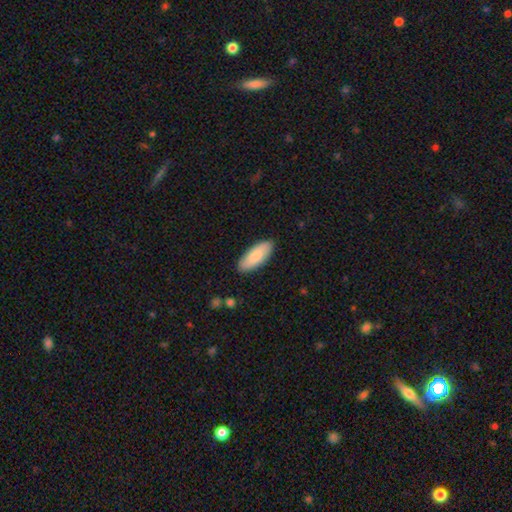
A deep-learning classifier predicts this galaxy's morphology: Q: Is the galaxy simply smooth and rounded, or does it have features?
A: smooth — 84%.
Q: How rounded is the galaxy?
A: in between — 78%.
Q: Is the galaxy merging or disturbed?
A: none — 88%.